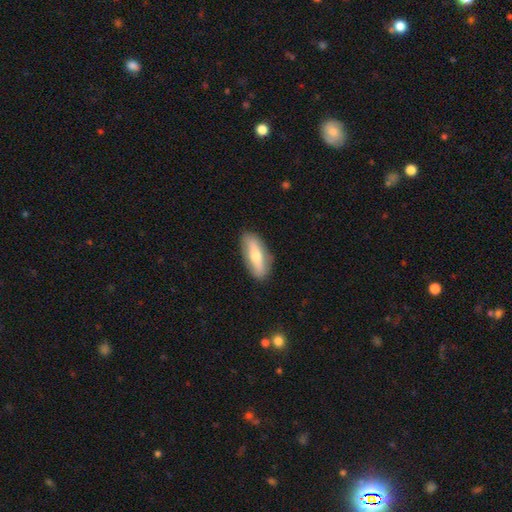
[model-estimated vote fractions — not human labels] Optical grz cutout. It shows a smooth galaxy with no disk features (54%) that is in between round and cigar-shaped (66%). Merging: none (85%).